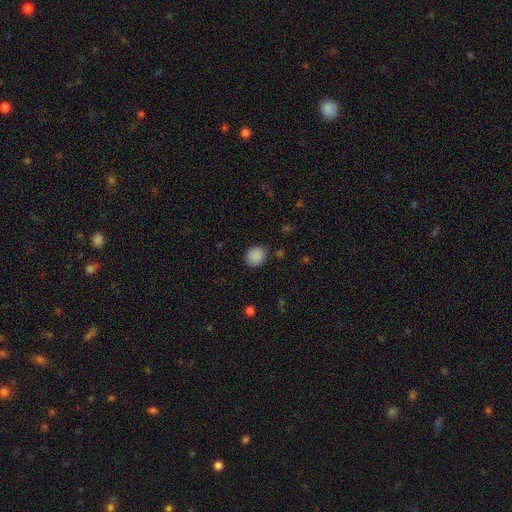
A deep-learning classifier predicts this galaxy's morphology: A smooth galaxy with no disk features (88%) that is round (75%).

Vote fractions:
- Smooth or featured? smooth: 88% / star or artifact: 9% / featured or disk: 3%
- How rounded? round: 75% / in between: 24% / cigar-shaped: 1%
- Merging? none: 82% / minor disturbance: 13% / major disturbance: 3% / merger: 2%